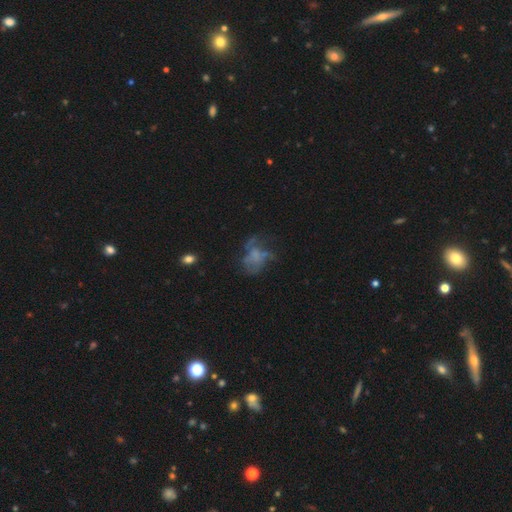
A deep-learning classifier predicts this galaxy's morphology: A featured or disk galaxy (50%). Merging: major disturbance (39%).